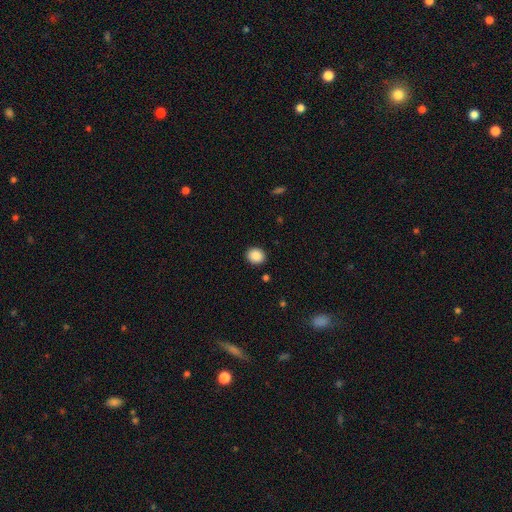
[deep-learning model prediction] This is clearly a smooth galaxy (88%). How rounded: likely round (77%). Merging: clearly none (91%).